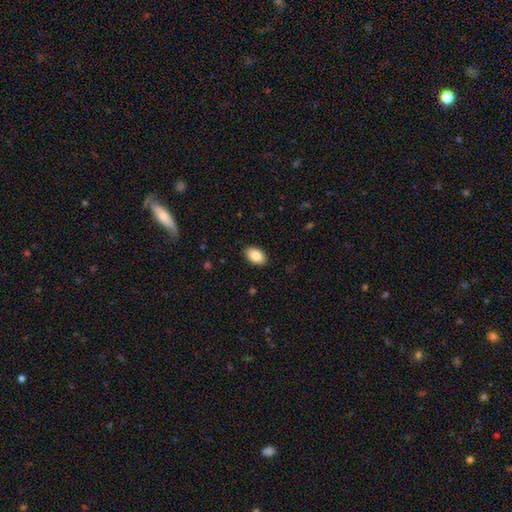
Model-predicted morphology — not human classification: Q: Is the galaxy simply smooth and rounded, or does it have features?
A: smooth — 86%.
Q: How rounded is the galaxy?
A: in between — 93%.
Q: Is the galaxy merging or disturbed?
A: none — 89%.